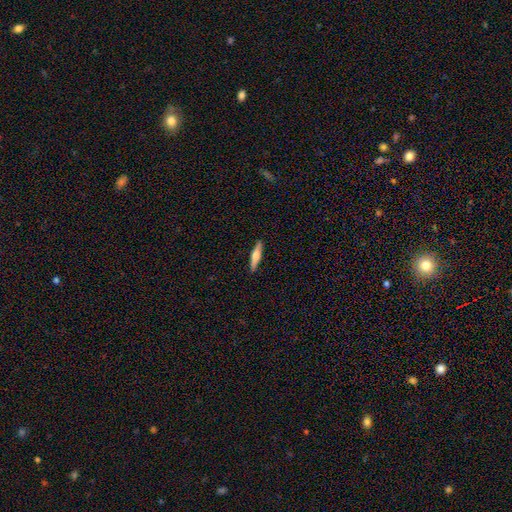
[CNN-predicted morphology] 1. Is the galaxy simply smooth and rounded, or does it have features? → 48% featured or disk, 47% smooth, 6% star or artifact.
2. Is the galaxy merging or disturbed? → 91% none, 7% minor disturbance, 1% major disturbance, 1% merger.